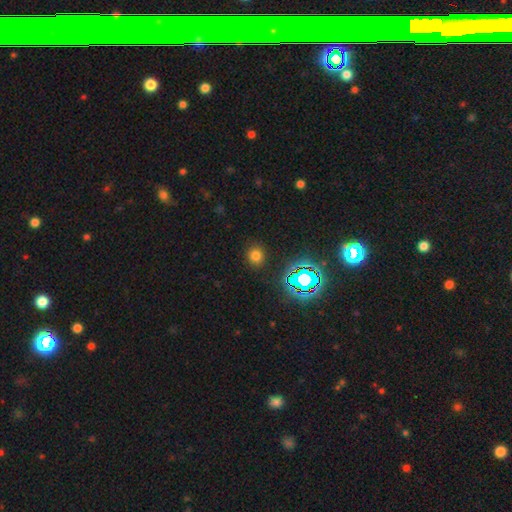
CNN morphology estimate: This appears to be a smooth galaxy with no disk features (70%) that is round (83%). Merging: none (88%).